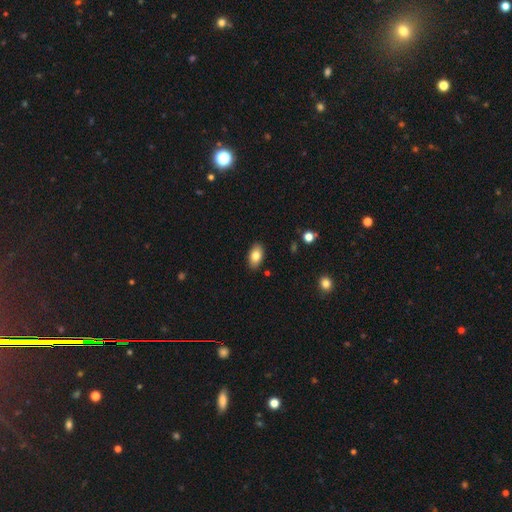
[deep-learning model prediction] Smooth or featured: smooth — 82% (featured or disk — 11%)
How rounded: in between — 92% (round — 6%)
Merging: none — 88% (minor disturbance — 9%)